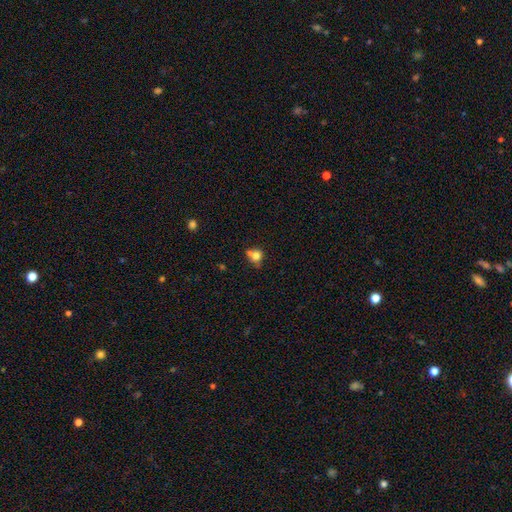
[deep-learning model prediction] smooth 74%, featured or disk 14%, star or artifact 12%. Down the decision tree: how rounded — round (71%); merging — none (44%).